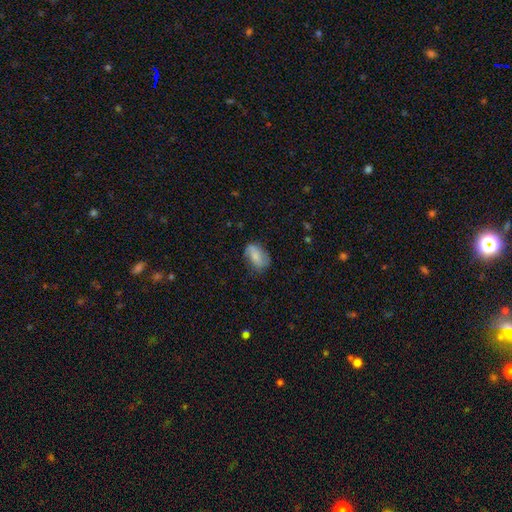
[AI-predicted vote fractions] Morphology: type=smooth (57%); roundness=in between (87%); merging=none (65%).